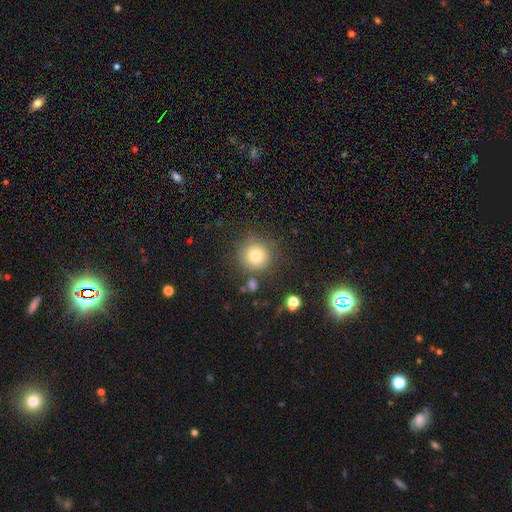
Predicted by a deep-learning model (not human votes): A smooth galaxy with no disk features (77%) that is round (94%). Merging: none (80%).